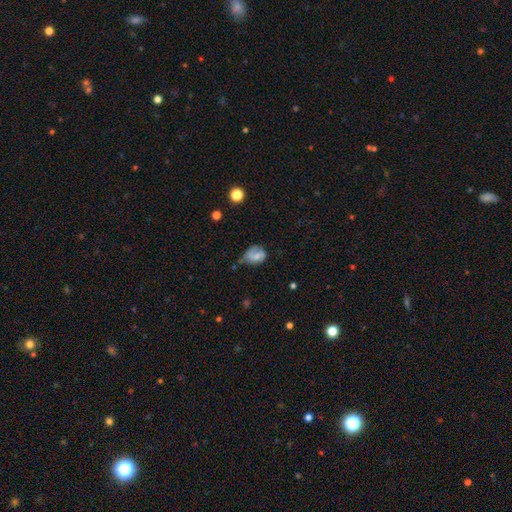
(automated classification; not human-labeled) A smooth galaxy with no disk features (60%) that is in between round and cigar-shaped (53%). Merging: minor disturbance (37%, tied with none).